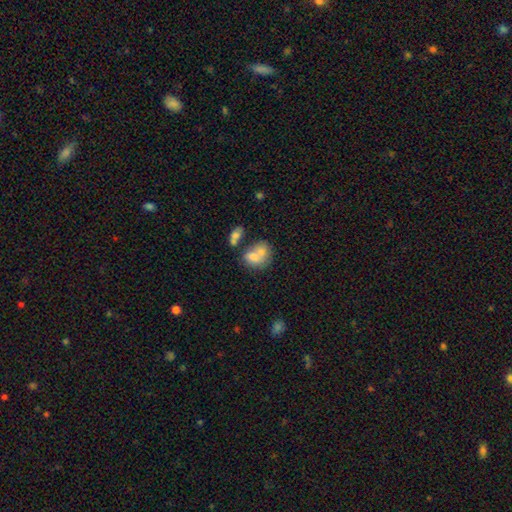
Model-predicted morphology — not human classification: This is likely a smooth galaxy (70%). How rounded: likely in between (62%). Merging: possibly merger (58%).